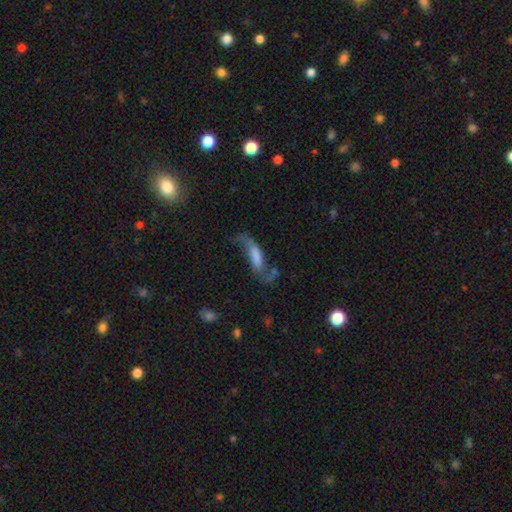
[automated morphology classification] A featured or disk galaxy (55%).

Vote fractions:
- Smooth or featured? featured or disk: 55% / smooth: 35% / star or artifact: 10%
- Edge-on disk? no: 80% / yes: 20%
- Merging? none: 41% / major disturbance: 28% / minor disturbance: 23% / merger: 9%